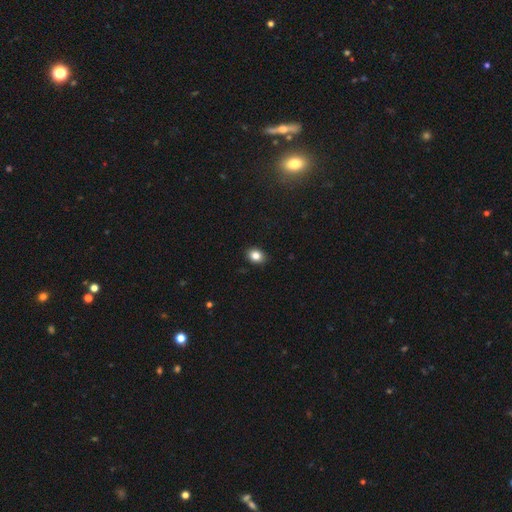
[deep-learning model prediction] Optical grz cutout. It shows a smooth galaxy with no disk features (83%) that is in between round and cigar-shaped (62%). Merging: none (89%).